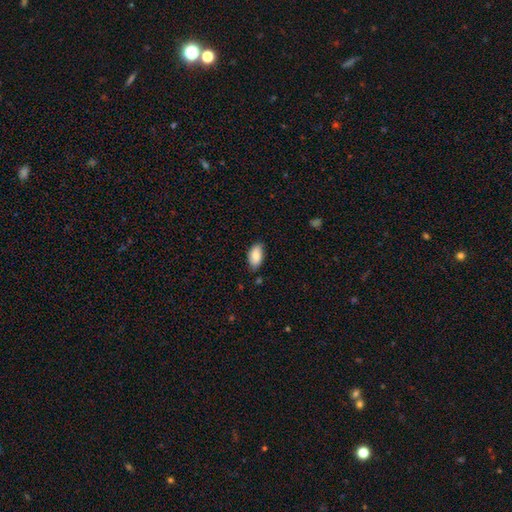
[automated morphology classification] Overall: smooth (84%). How rounded: in between (94%). Merging: none (79%).